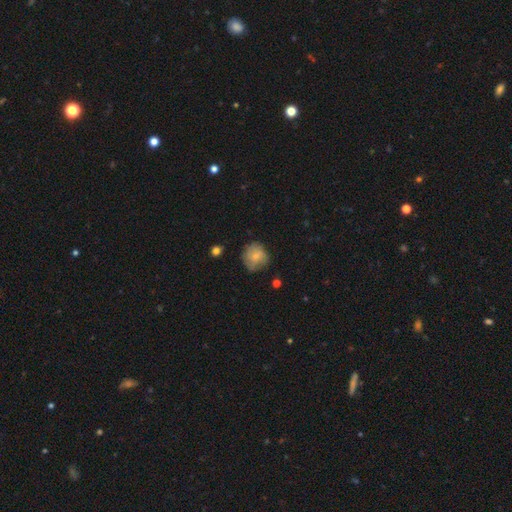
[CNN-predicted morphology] type=smooth (64%); roundness=round (82%); merging=none (63%).